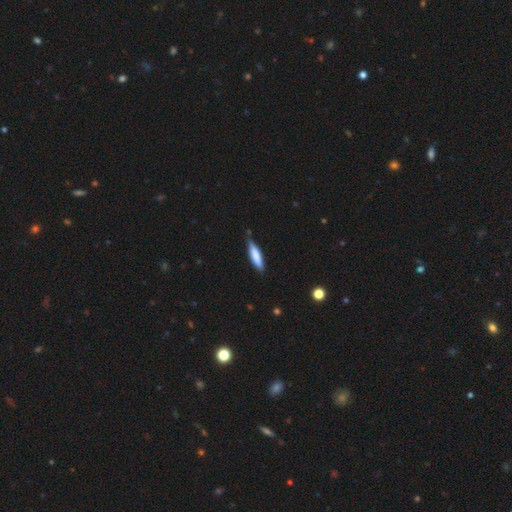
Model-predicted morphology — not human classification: This is likely a smooth galaxy (77%). How rounded: likely cigar-shaped (73%). Merging: likely none (77%).